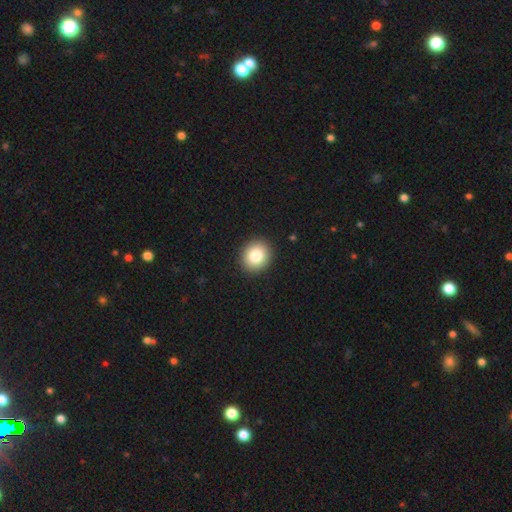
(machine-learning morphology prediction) smooth_or_featured: smooth (p=0.84) [alt: star or artifact p=0.09]
how_rounded: round (p=0.82) [alt: in between p=0.17]
merging: none (p=0.91) [alt: minor disturbance p=0.06]